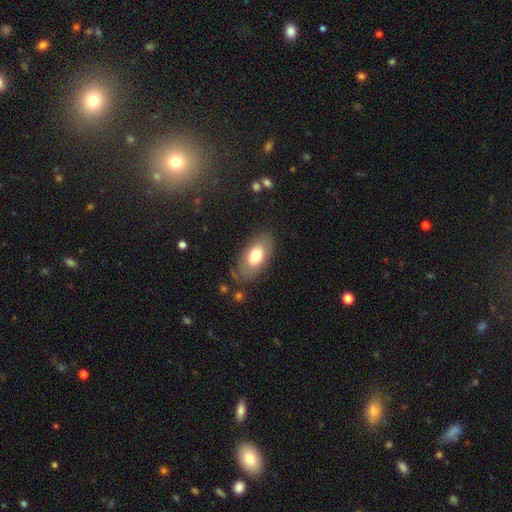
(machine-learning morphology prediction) Smooth or featured? smooth (70%)
How rounded? in between (92%)
Merging? none (77%)